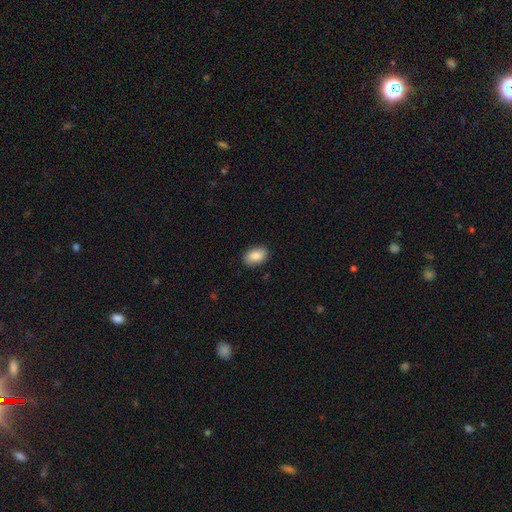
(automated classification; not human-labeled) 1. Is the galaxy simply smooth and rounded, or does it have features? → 86% smooth, 8% featured or disk, 7% star or artifact.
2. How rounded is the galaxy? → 89% in between, 10% round, 1% cigar-shaped.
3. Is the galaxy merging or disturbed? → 87% none, 9% minor disturbance, 2% major disturbance, 1% merger.